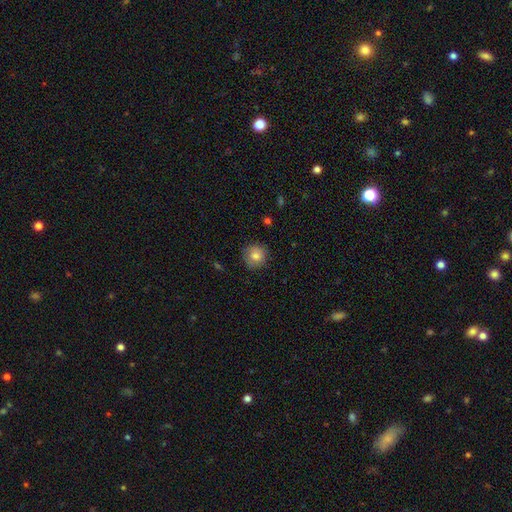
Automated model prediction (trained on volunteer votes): Morphology: type=smooth (80%); roundness=round (93%); merging=none (85%).